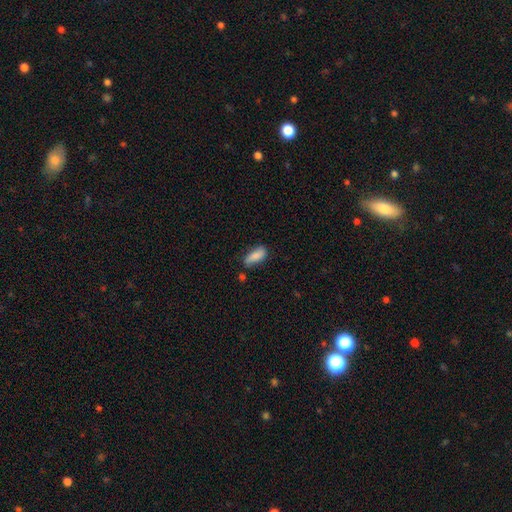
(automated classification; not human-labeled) Smooth or featured? smooth (83%)
How rounded? in between (77%)
Merging? none (65%)